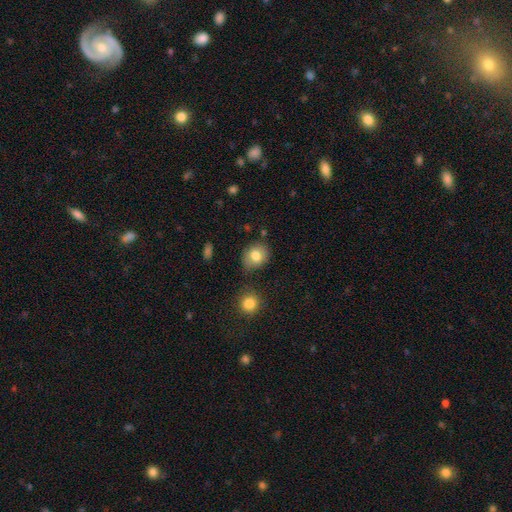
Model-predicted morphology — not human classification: Smooth or featured: smooth — 78% (featured or disk — 13%)
How rounded: round — 61% (in between — 38%)
Merging: none — 75% (minor disturbance — 16%)